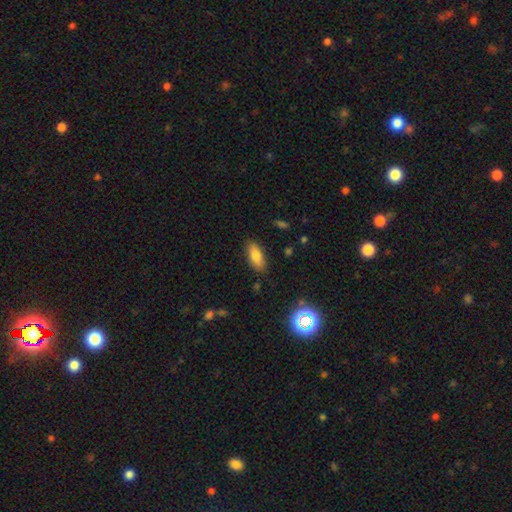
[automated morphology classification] A smooth galaxy with no disk features (80%) that is in between round and cigar-shaped (81%). Merging: none (85%).